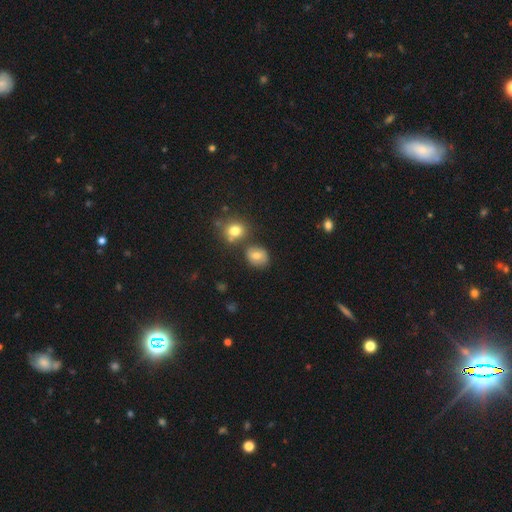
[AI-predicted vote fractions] Morphology: type=smooth (71%); roundness=round (60%); merging=none (71%).